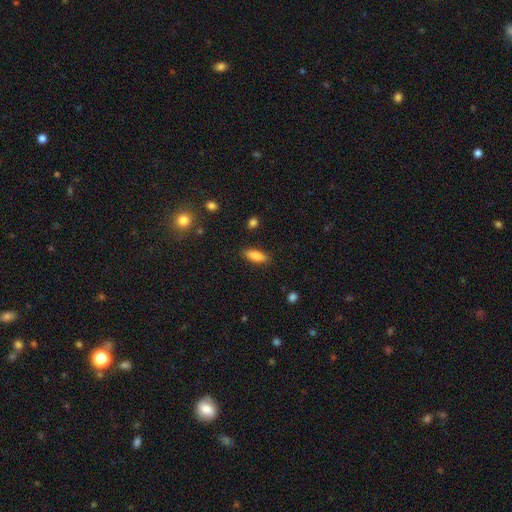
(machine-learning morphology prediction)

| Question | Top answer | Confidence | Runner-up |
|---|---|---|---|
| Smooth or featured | smooth | 84% | featured or disk (9%) |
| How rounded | in between | 73% | cigar-shaped (25%) |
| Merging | none | 87% | minor disturbance (10%) |